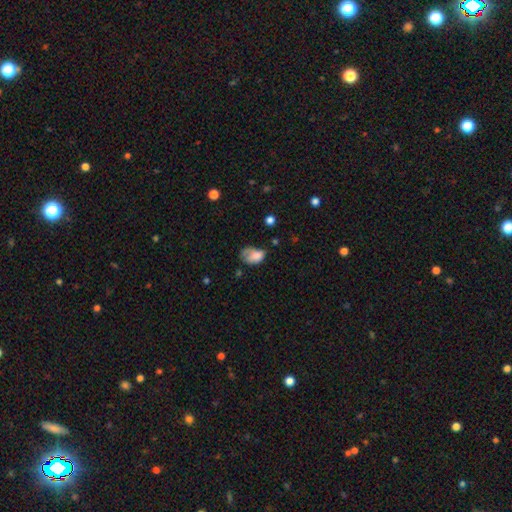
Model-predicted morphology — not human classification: A smooth galaxy with no disk features (72%) that is in between round and cigar-shaped (82%).

Vote fractions:
- Smooth or featured? smooth: 72% / featured or disk: 19% / star or artifact: 10%
- How rounded? in between: 82% / round: 17% / cigar-shaped: 1%
- Merging? minor disturbance: 35% / major disturbance: 32% / none: 28% / merger: 6%